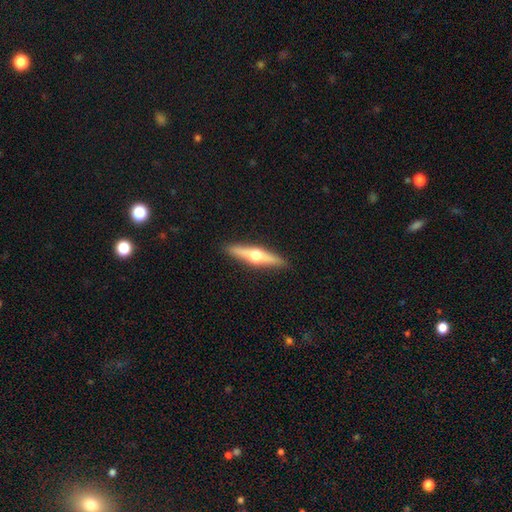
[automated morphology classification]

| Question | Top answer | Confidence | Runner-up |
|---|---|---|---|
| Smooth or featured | featured or disk | 64% | smooth (30%) |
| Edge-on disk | yes | 96% | no (4%) |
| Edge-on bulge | rounded | 96% | boxy (2%) |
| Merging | none | 91% | minor disturbance (6%) |